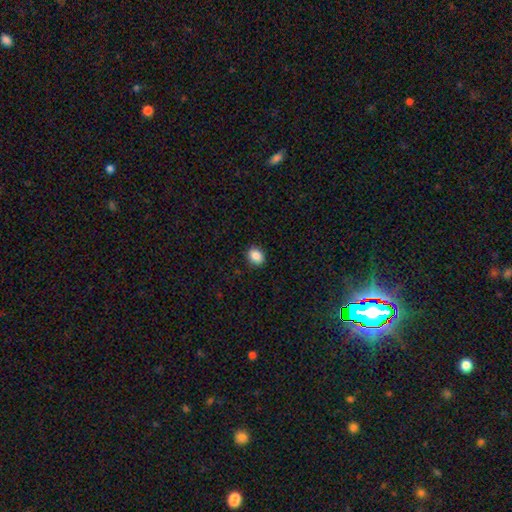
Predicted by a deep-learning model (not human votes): Smooth or featured? smooth (87%)
How rounded? round (50%)
Merging? none (89%)